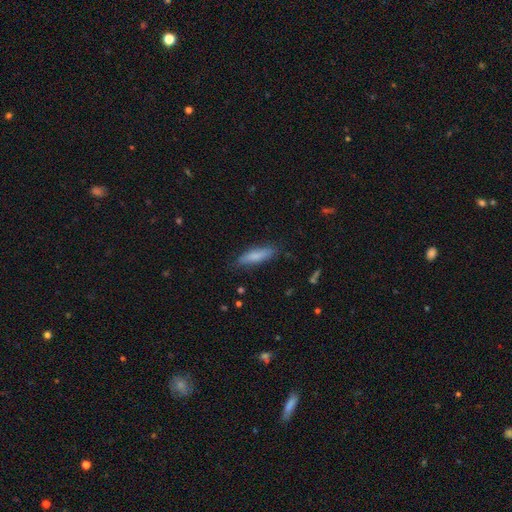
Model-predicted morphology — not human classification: smooth-or-featured: smooth: 77% | featured or disk: 16% | star or artifact: 6%
  how-rounded: cigar-shaped: 66% | in between: 32% | round: 2%
  merging: none: 80% | minor disturbance: 16% | major disturbance: 3% | merger: 1%